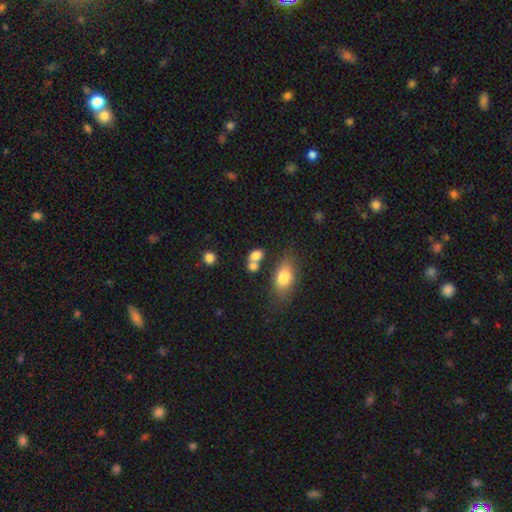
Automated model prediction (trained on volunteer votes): smooth_or_featured: smooth (p=0.78) [alt: star or artifact p=0.12]
how_rounded: in between (p=0.54) [alt: round p=0.44]
merging: merger (p=0.43) [alt: none p=0.41]